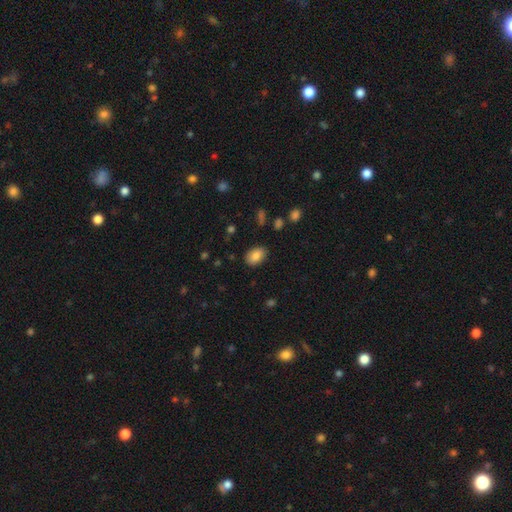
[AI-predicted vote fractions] Overall: smooth (85%). How rounded: in between (85%). Merging: none (86%).